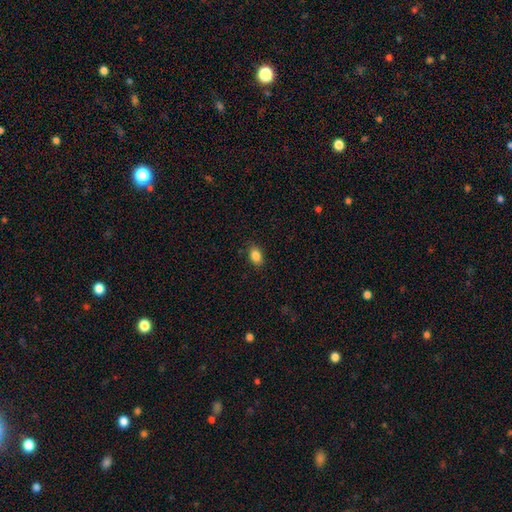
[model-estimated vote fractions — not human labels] Overall: smooth (85%). How rounded: in between (84%). Merging: none (86%).